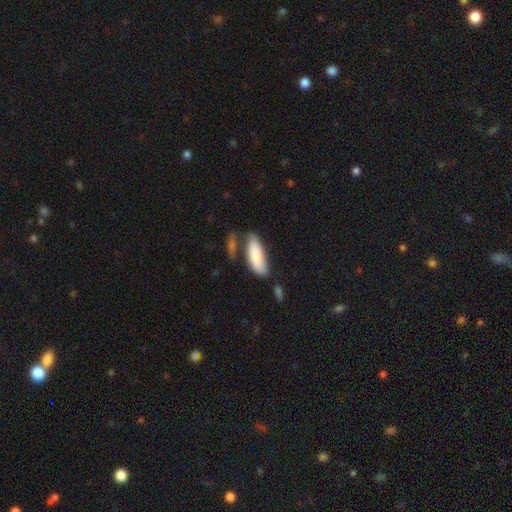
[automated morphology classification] A smooth galaxy with no disk features (82%) that is in between round and cigar-shaped (62%).

Vote fractions:
- Smooth or featured? smooth: 82% / featured or disk: 12% / star or artifact: 6%
- How rounded? in between: 62% / cigar-shaped: 36% / round: 2%
- Merging? none: 57% / minor disturbance: 23% / merger: 13% / major disturbance: 7%